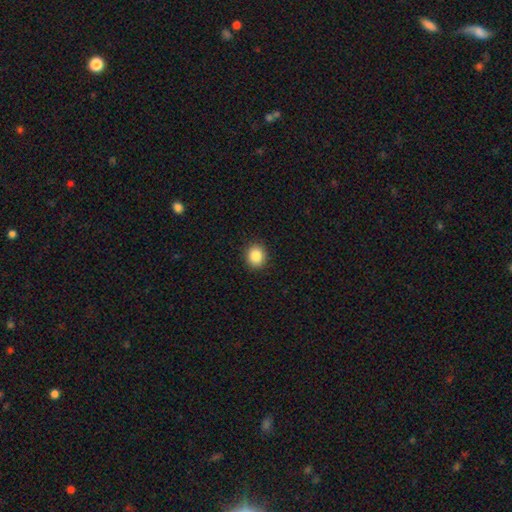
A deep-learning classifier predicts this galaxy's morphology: Q: Smooth or featured?
A: smooth (87%); runner-up: star or artifact (9%)
Q: How rounded?
A: round (78%); runner-up: in between (21%)
Q: Merging?
A: none (91%); runner-up: minor disturbance (6%)